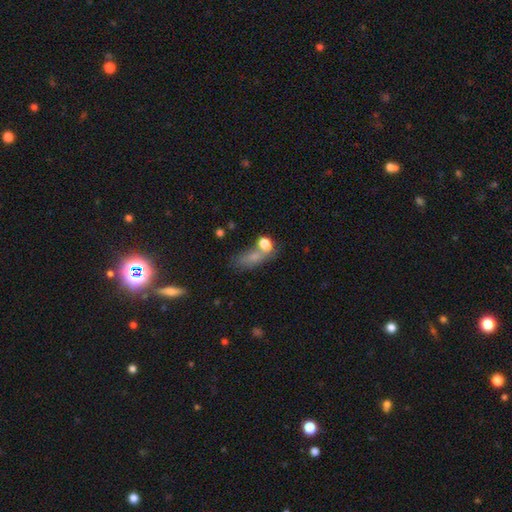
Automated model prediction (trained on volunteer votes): Smooth or featured: smooth — 64% (star or artifact — 20%)
How rounded: in between — 59% (round — 22%)
Merging: none — 43% (merger — 29%)